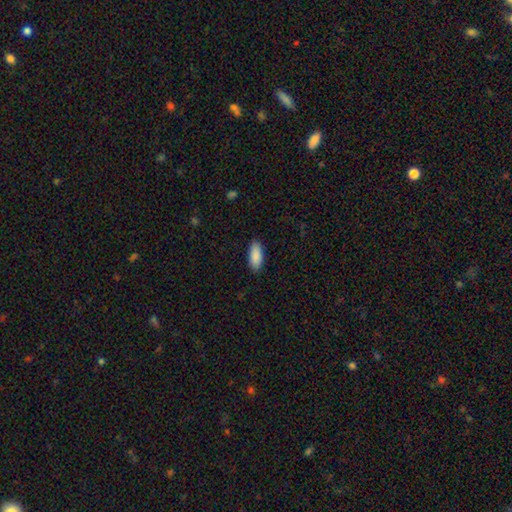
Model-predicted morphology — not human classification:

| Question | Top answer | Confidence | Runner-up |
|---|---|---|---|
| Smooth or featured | smooth | 90% | star or artifact (6%) |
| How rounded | in between | 85% | cigar-shaped (13%) |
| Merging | none | 88% | minor disturbance (9%) |